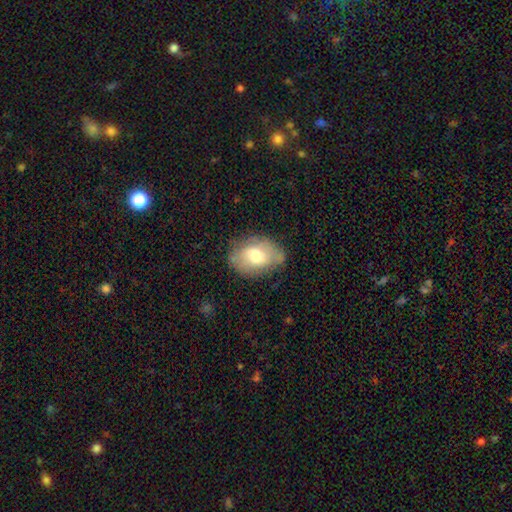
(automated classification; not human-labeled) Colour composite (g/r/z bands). It shows a smooth galaxy with no disk features (65%) that is in between round and cigar-shaped (74%). Merging: none (66%).